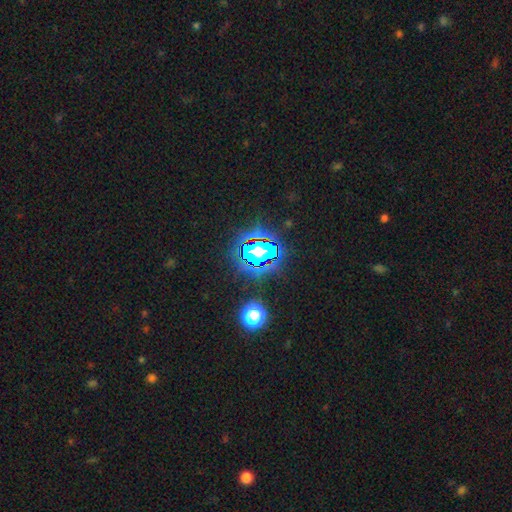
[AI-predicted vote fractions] Smooth or featured: star or artifact — 79% (smooth — 13%)